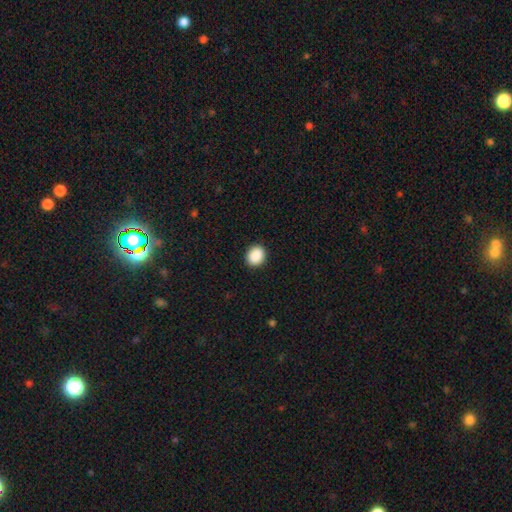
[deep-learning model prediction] Smooth or featured? smooth (89%)
How rounded? round (66%)
Merging? none (91%)